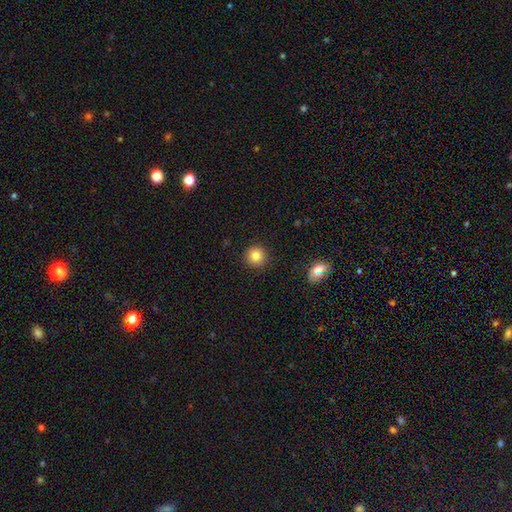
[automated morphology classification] A smooth galaxy with no disk features (84%) that is round (93%).

Vote fractions:
- Smooth or featured? smooth: 84% / star or artifact: 10% / featured or disk: 6%
- How rounded? round: 93% / in between: 6% / cigar-shaped: 1%
- Merging? none: 90% / minor disturbance: 6% / major disturbance: 2% / merger: 1%